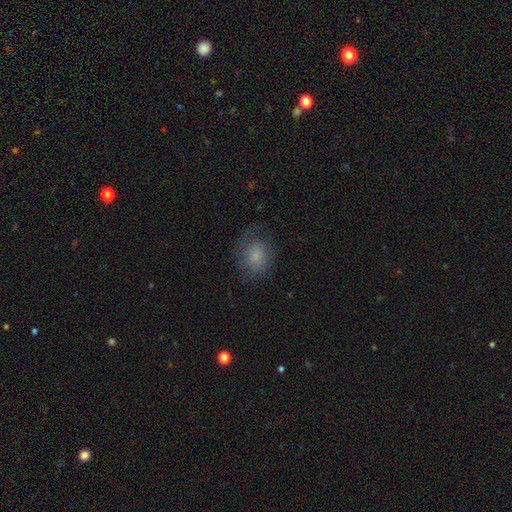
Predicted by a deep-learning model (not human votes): Overall: smooth (65%). How rounded: round (52%; in between 47%). Merging: none (63%).